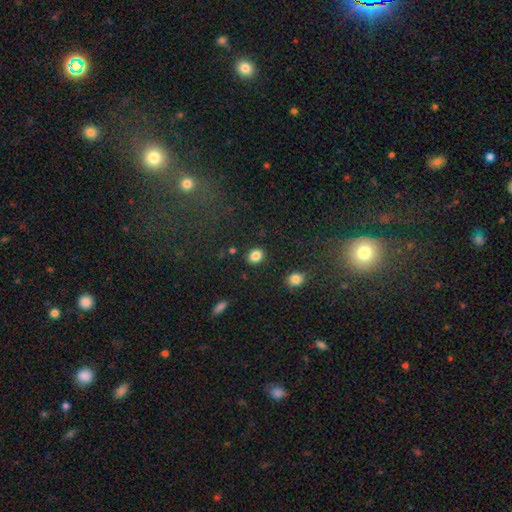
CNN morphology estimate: This is clearly a smooth galaxy (85%). How rounded: possibly round (51%). Merging: clearly none (87%).